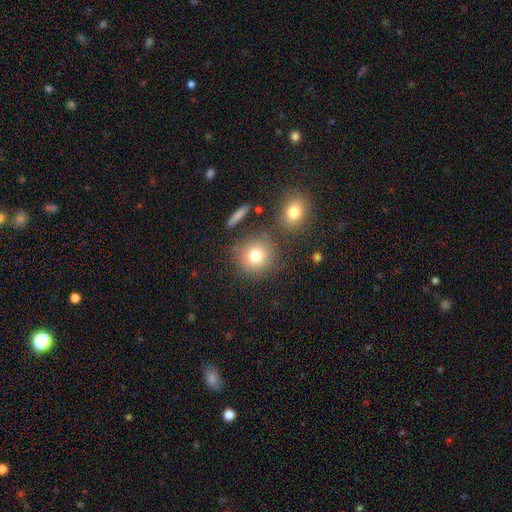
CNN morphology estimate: Q: Smooth or featured?
A: smooth (79%); runner-up: star or artifact (12%)
Q: How rounded?
A: round (87%); runner-up: in between (12%)
Q: Merging?
A: none (75%); runner-up: minor disturbance (11%)